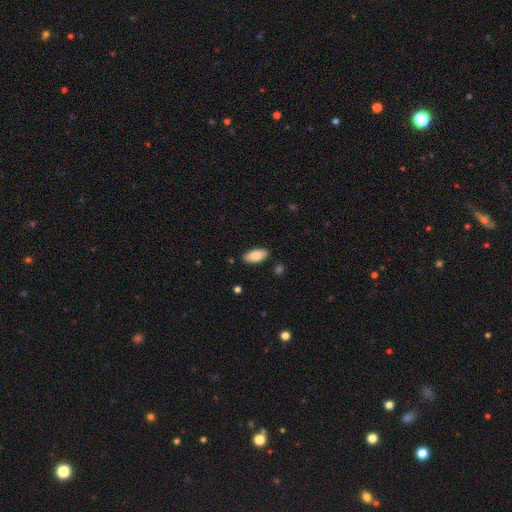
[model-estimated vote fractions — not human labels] Smooth or featured? Predicted: smooth (p=0.83). How rounded? Predicted: in between (p=0.91). Merging? Predicted: none (p=0.87).